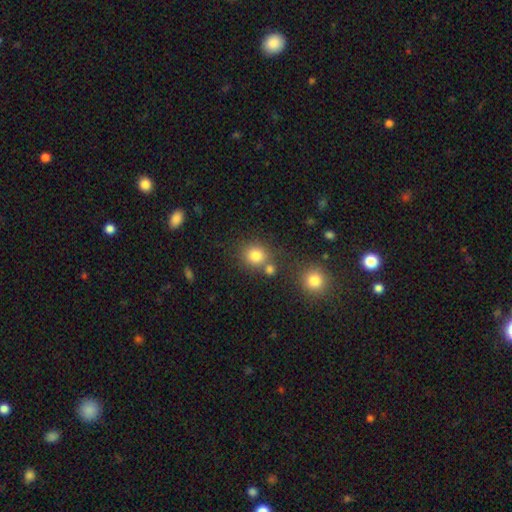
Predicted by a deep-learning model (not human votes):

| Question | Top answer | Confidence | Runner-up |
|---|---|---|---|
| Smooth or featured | smooth | 81% | star or artifact (13%) |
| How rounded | round | 85% | in between (14%) |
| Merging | none | 68% | merger (19%) |